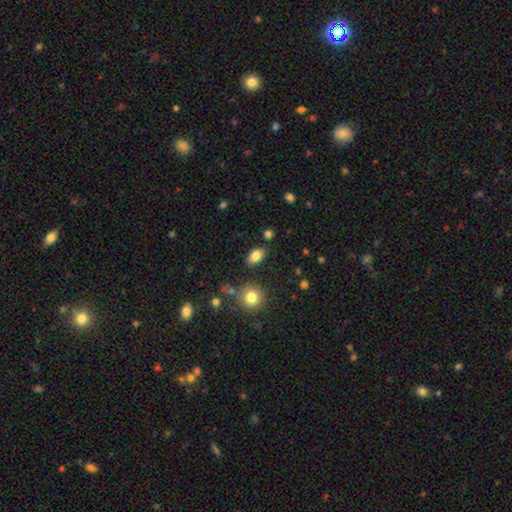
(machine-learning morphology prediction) This is clearly a smooth galaxy (83%). How rounded: clearly in between (87%). Merging: clearly none (82%).